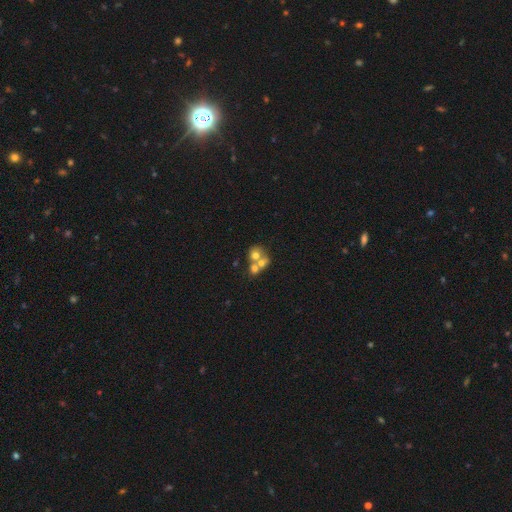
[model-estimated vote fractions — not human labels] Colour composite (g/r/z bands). It shows a smooth galaxy with no disk features (59%) that is round (74%). Merging: merger (63%).